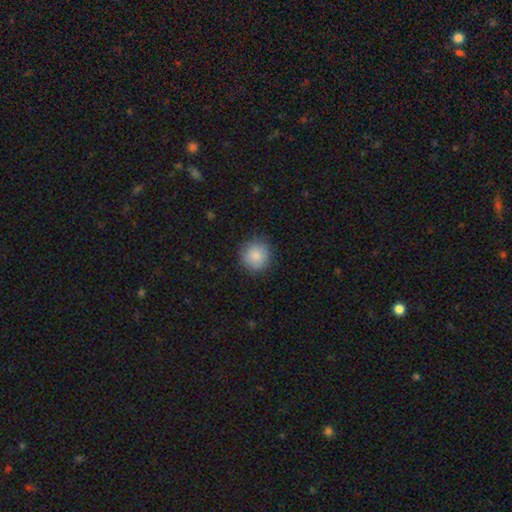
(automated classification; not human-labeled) smooth_or_featured: smooth (p=0.87) [alt: star or artifact p=0.08]
how_rounded: round (p=0.94) [alt: in between p=0.05]
merging: none (p=0.88) [alt: minor disturbance p=0.09]